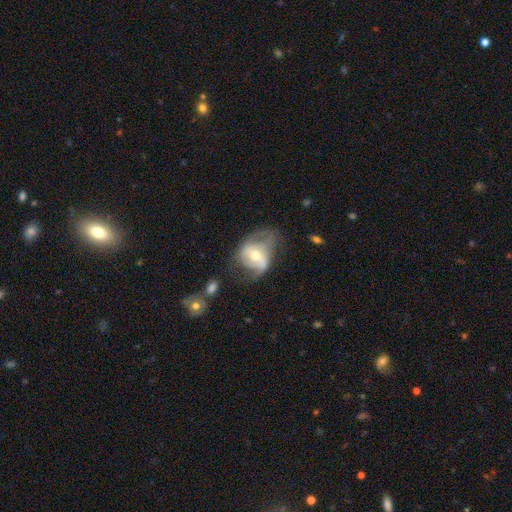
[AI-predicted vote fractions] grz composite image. It shows a featured or disk galaxy (62%) with no bar (48%), spiral arms (68%) and a moderate central bulge (59%). Merging: none (35%).